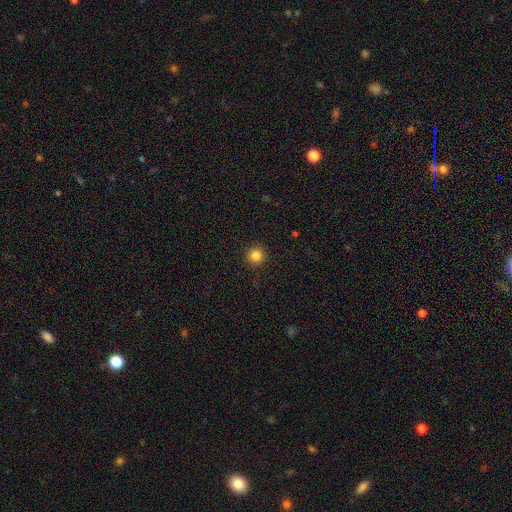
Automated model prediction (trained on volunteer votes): Smooth or featured? Predicted: smooth (p=0.83). How rounded? Predicted: round (p=0.96). Merging? Predicted: none (p=0.92).